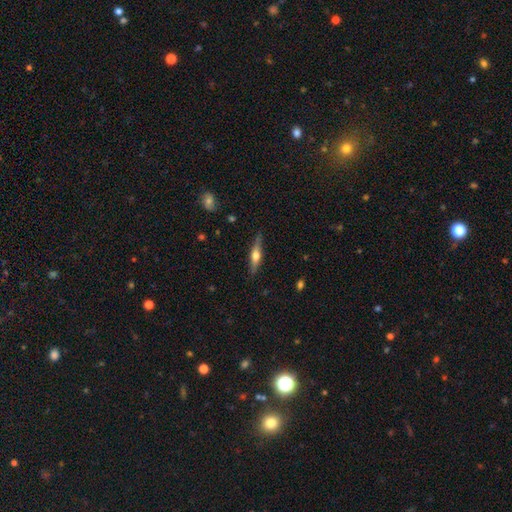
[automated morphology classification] A featured or disk galaxy (60%) viewed edge-on (95%) with a rounded central bulge (91%). Merging: none (84%).